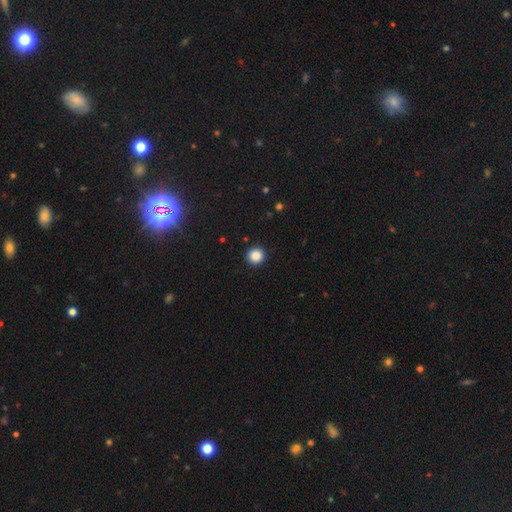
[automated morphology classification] smooth 87%, star or artifact 10%, featured or disk 3%. Down the decision tree: how rounded — round (95%); merging — none (92%).